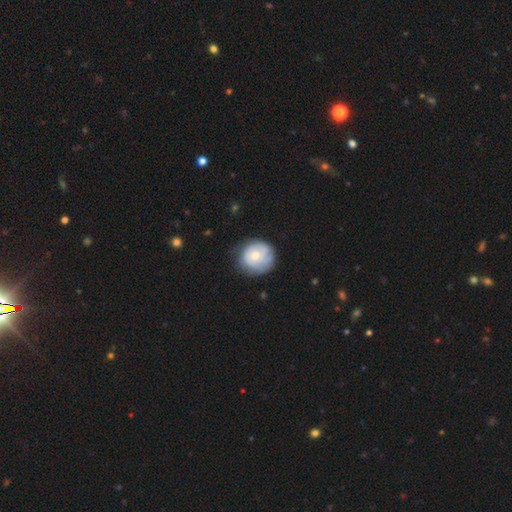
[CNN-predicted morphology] Overall: featured or disk (47%, tied with smooth). Merging: none (73%).